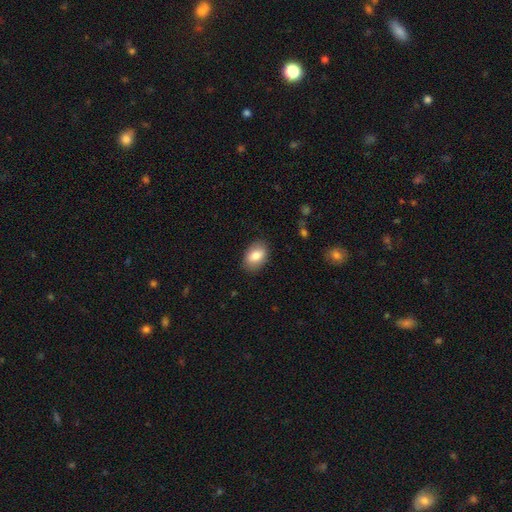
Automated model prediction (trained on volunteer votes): The model was most divided on "smooth or featured": smooth: 81%, featured or disk: 12%, star or artifact: 7%. More confident: how rounded — in between (86%); merging — none (85%).